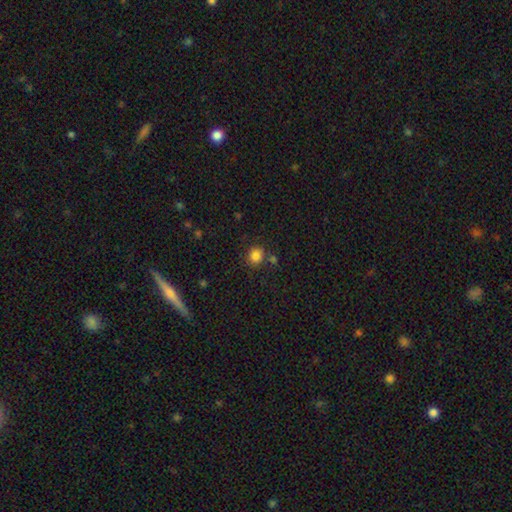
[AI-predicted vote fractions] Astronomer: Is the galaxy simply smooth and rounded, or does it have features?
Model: smooth — 84%.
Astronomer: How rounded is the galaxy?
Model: round — 80%.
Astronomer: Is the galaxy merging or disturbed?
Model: none — 76%.